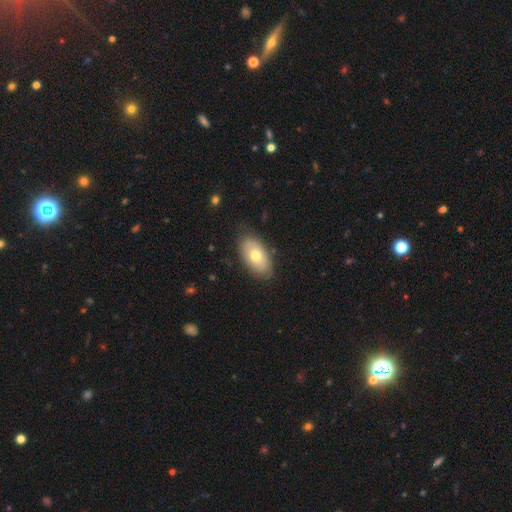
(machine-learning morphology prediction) This appears to be a smooth galaxy with no disk features (67%) that is in between round and cigar-shaped (93%). Merging: none (80%).